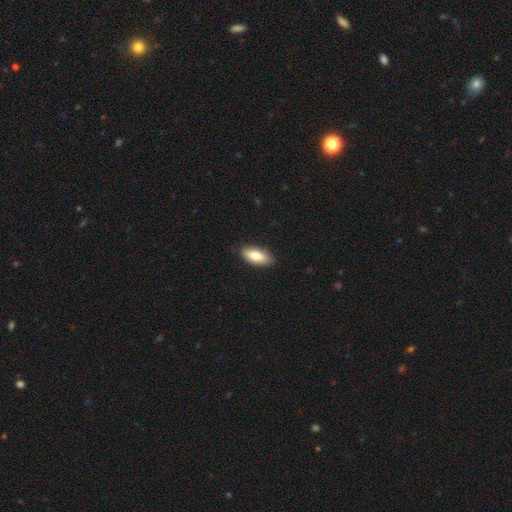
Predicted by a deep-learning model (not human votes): smooth-or-featured: smooth: 80% | featured or disk: 14% | star or artifact: 6%
  how-rounded: in between: 89% | cigar-shaped: 8% | round: 3%
  merging: none: 86% | minor disturbance: 11% | major disturbance: 2% | merger: 1%